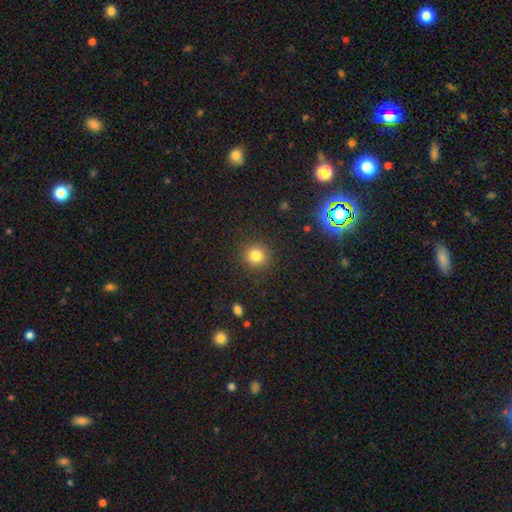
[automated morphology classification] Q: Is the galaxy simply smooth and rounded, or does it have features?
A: smooth — 81%.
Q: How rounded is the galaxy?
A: round — 92%.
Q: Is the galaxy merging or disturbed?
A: none — 91%.